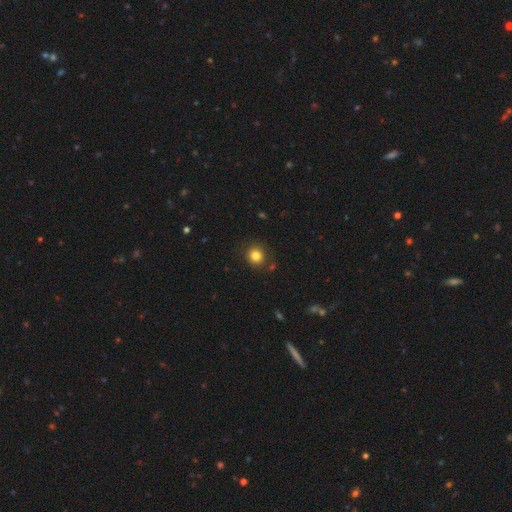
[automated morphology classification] Smooth or featured?
  - smooth: 82% *
  - star or artifact: 12%
  - featured or disk: 6%
How rounded?
  - round: 86% *
  - in between: 13%
  - cigar-shaped: 1%
Merging?
  - none: 86% *
  - minor disturbance: 9%
  - major disturbance: 3%
  - merger: 2%